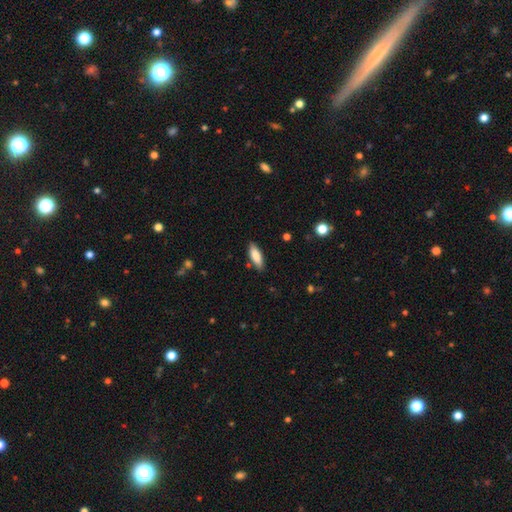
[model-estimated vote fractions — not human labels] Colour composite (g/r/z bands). It shows a smooth galaxy with no disk features (82%) that is in between round and cigar-shaped (64%). Merging: none (84%).